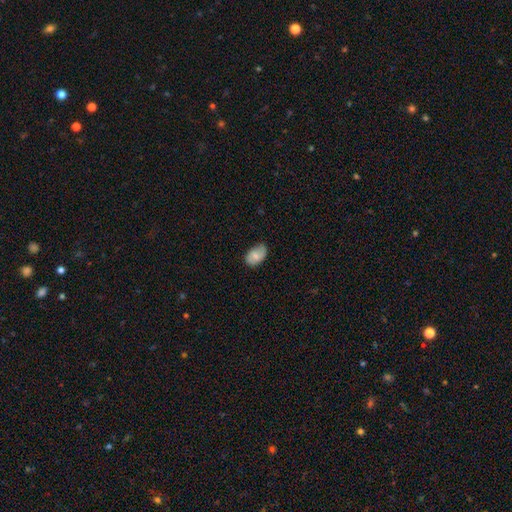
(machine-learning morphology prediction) A smooth galaxy with no disk features (70%) that is in between round and cigar-shaped (89%).

Vote fractions:
- Smooth or featured? smooth: 70% / featured or disk: 23% / star or artifact: 7%
- How rounded? in between: 89% / round: 9% / cigar-shaped: 1%
- Merging? none: 72% / minor disturbance: 23% / major disturbance: 4% / merger: 1%